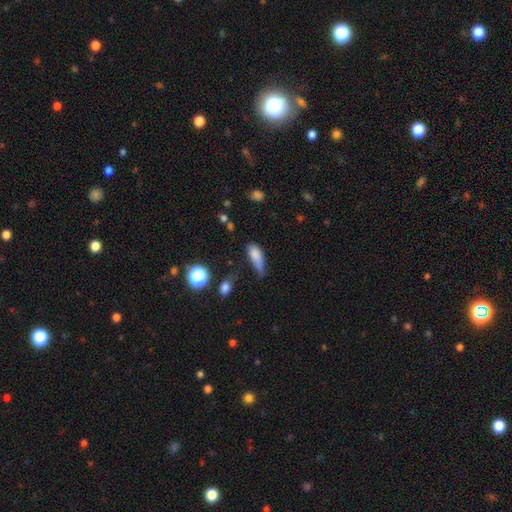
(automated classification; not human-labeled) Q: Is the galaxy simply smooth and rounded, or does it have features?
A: smooth — 79%.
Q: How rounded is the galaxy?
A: in between — 65%.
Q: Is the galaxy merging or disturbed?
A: minor disturbance — 43%.